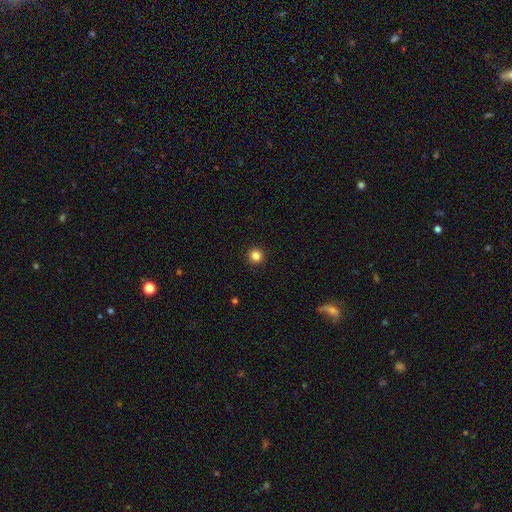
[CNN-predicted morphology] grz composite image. It shows a smooth galaxy with no disk features (84%) that is round (96%). Merging: none (93%).